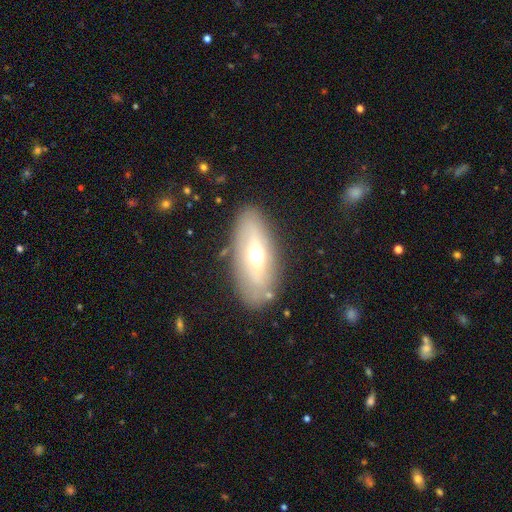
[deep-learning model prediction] The model was most divided on "smooth or featured": smooth: 47%, featured or disk: 44%, star or artifact: 9%. More confident: merging — none (81%).